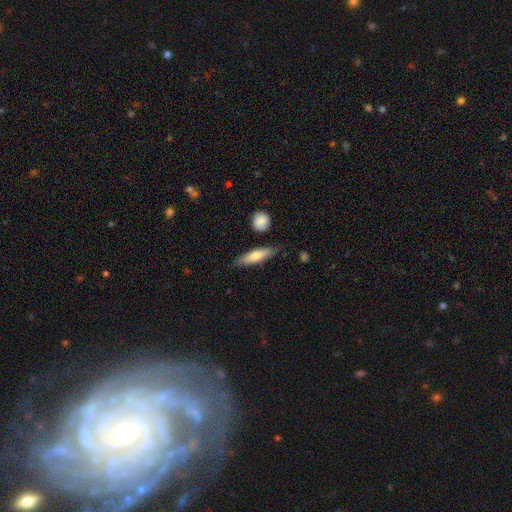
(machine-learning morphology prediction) Q: Smooth or featured?
A: smooth (65%); runner-up: featured or disk (29%)
Q: How rounded?
A: cigar-shaped (69%); runner-up: in between (29%)
Q: Merging?
A: none (80%); runner-up: minor disturbance (15%)